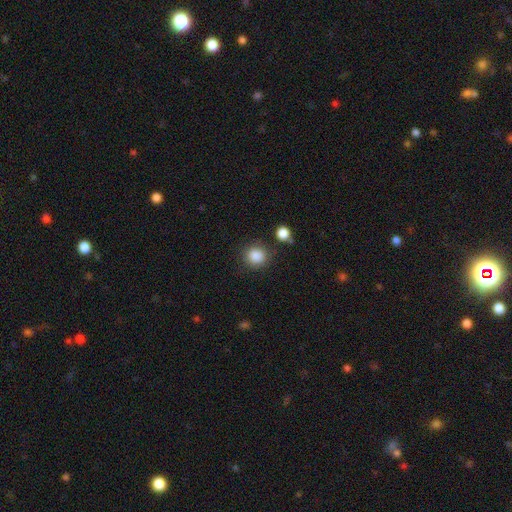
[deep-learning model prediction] A smooth galaxy with no disk features (87%) that is round (86%). Merging: none (82%).